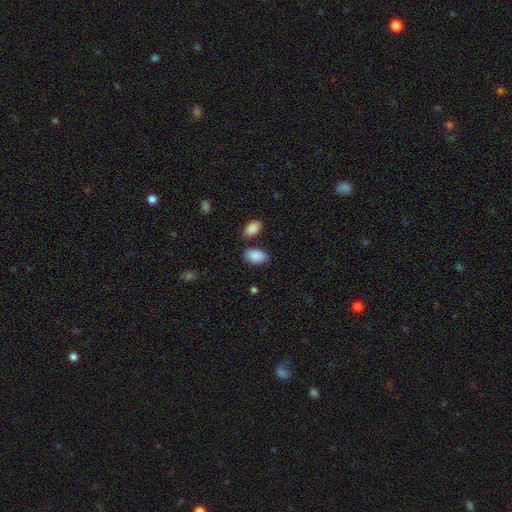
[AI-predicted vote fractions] smooth 89%, star or artifact 6%, featured or disk 5%. Down the decision tree: how rounded — in between (92%); merging — none (69%).